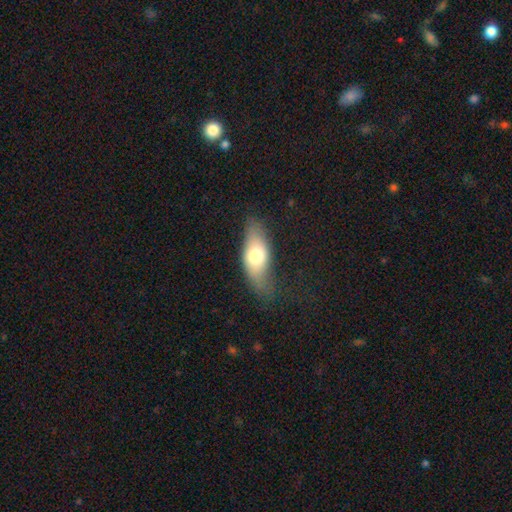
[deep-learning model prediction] Overall: smooth (68%). How rounded: in between (81%). Merging: none (61%; minor disturbance 26%).